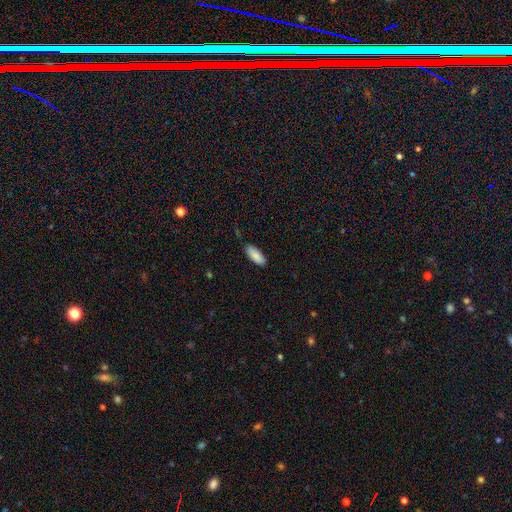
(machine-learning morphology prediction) This is clearly a smooth galaxy (88%). How rounded: clearly in between (80%). Merging: clearly none (83%).